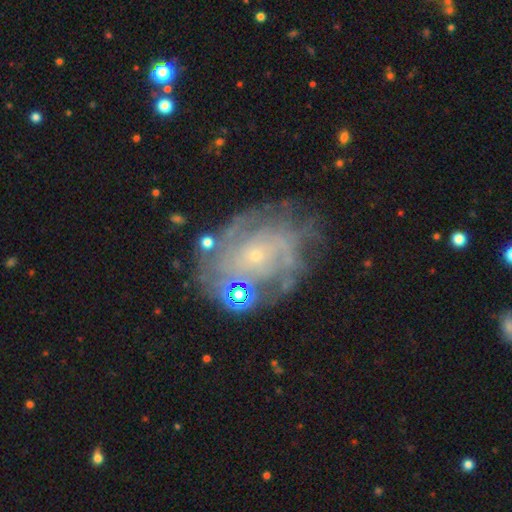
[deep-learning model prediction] This appears to be a featured or disk galaxy (82%) with no bar (75%), tight (61%) spiral arms (91%) and a small central bulge (86%). Merging: none (68%).